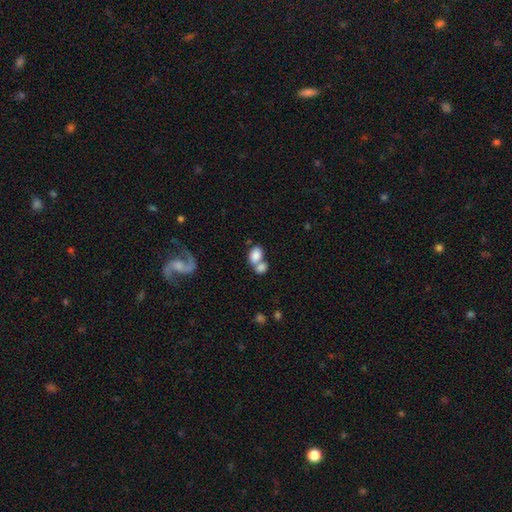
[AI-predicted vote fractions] Morphology: type=smooth (81%); roundness=in between (82%); merging=merger (64%).